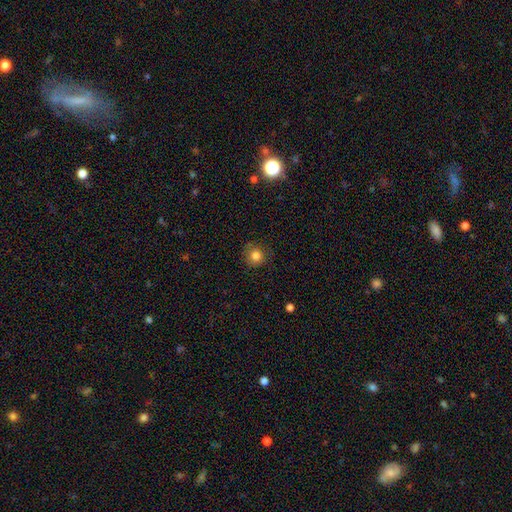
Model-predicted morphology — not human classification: smooth_or_featured: smooth (p=0.82) [alt: star or artifact p=0.11]
how_rounded: round (p=0.91) [alt: in between p=0.08]
merging: none (p=0.83) [alt: minor disturbance p=0.12]